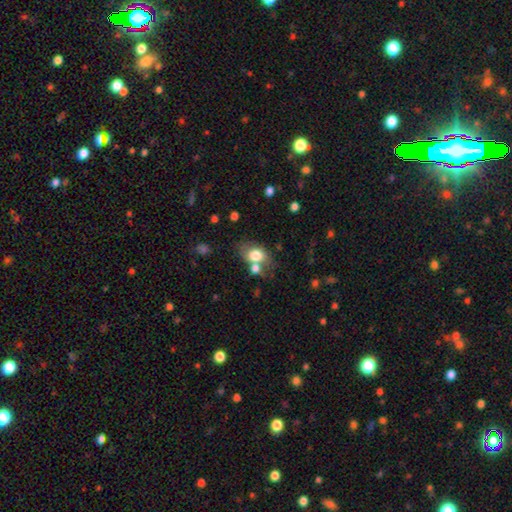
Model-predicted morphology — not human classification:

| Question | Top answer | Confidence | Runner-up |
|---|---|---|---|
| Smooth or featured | smooth | 74% | featured or disk (17%) |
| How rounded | in between | 74% | round (25%) |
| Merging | none | 50% | merger (25%) |